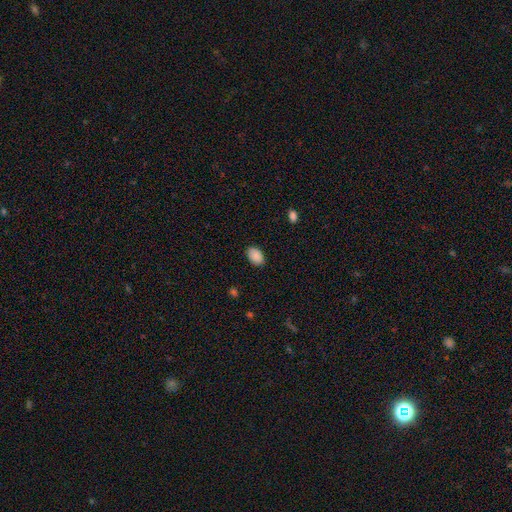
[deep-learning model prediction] This is clearly a smooth galaxy (90%). How rounded: clearly in between (87%). Merging: clearly none (87%).